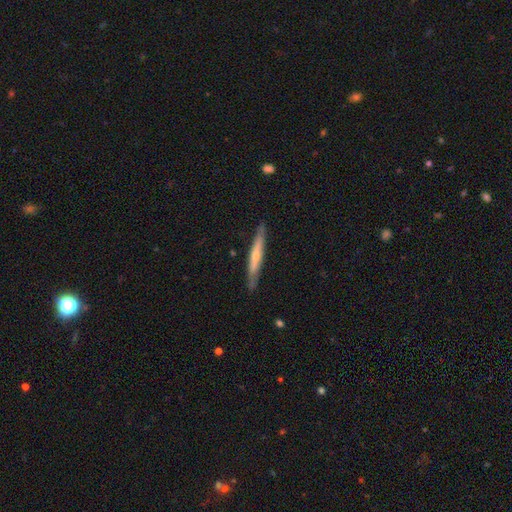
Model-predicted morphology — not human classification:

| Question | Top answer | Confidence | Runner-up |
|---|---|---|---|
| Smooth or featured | featured or disk | 57% | smooth (38%) |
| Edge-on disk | yes | 90% | no (10%) |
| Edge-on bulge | rounded | 65% | none (31%) |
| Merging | none | 86% | minor disturbance (11%) |